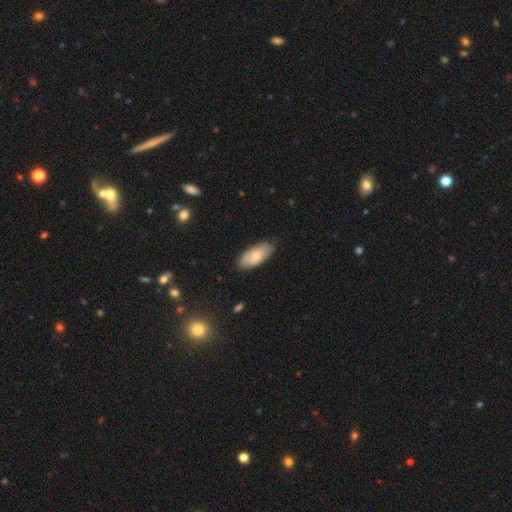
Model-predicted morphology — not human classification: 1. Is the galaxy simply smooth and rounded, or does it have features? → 64% smooth, 30% featured or disk, 6% star or artifact.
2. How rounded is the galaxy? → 91% in between, 6% cigar-shaped, 3% round.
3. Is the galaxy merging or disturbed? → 80% none, 16% minor disturbance, 3% major disturbance, 1% merger.